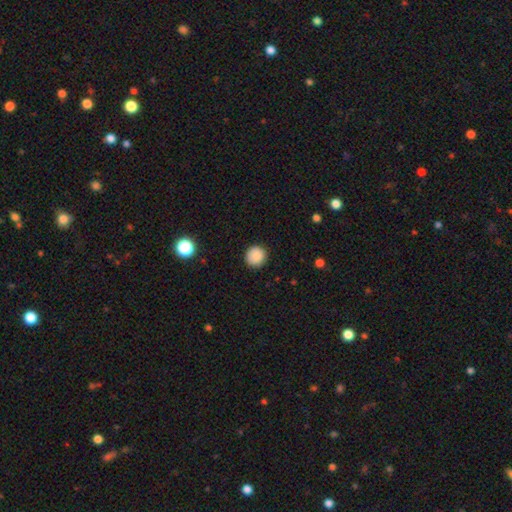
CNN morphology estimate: Smooth or featured: smooth — 88% (star or artifact — 9%)
How rounded: round — 95% (in between — 4%)
Merging: none — 92% (minor disturbance — 5%)